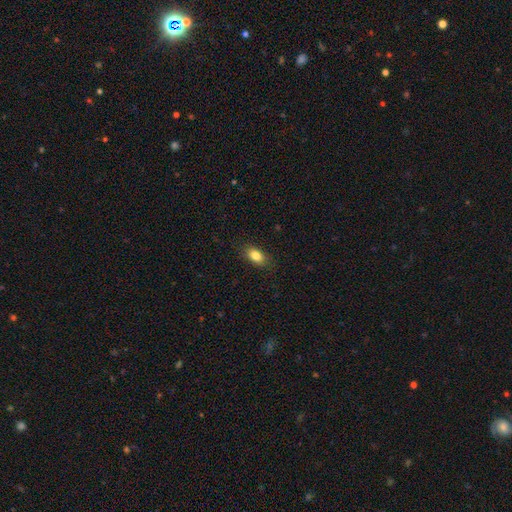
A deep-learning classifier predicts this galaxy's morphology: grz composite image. It shows a smooth galaxy with no disk features (84%) that is in between round and cigar-shaped (87%). Merging: none (85%).